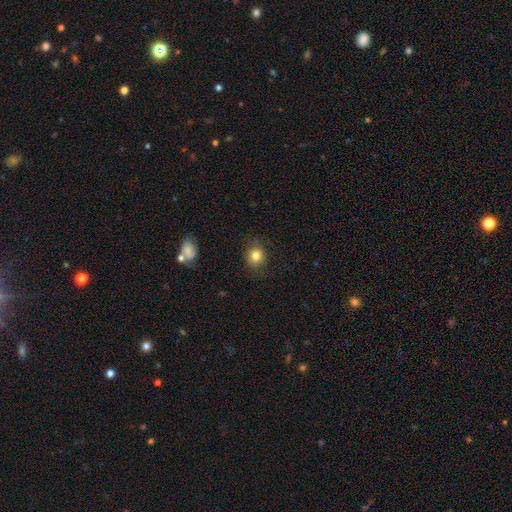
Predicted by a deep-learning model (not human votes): smooth 82%, star or artifact 11%, featured or disk 7%. Down the decision tree: how rounded — round (80%); merging — none (84%).